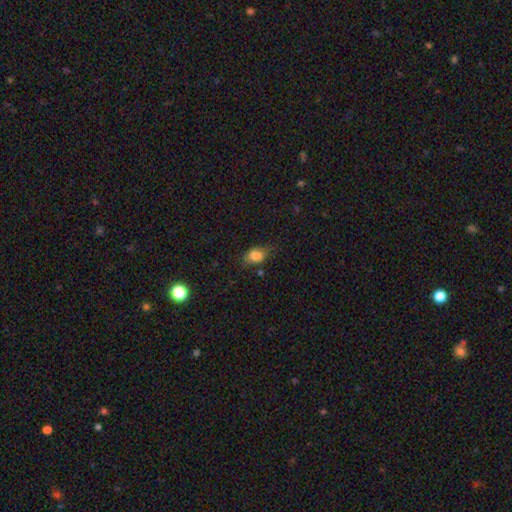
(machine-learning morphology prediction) Smooth or featured?
  - smooth: 81% *
  - star or artifact: 10%
  - featured or disk: 9%
How rounded?
  - in between: 80% *
  - round: 17%
  - cigar-shaped: 3%
Merging?
  - none: 58% *
  - minor disturbance: 29%
  - major disturbance: 10%
  - merger: 3%